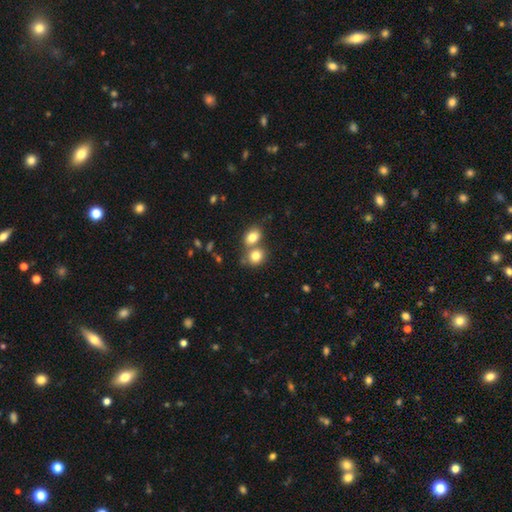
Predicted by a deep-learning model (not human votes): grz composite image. It shows a smooth galaxy with no disk features (80%) that is round (65%). Merging: merger (48%).